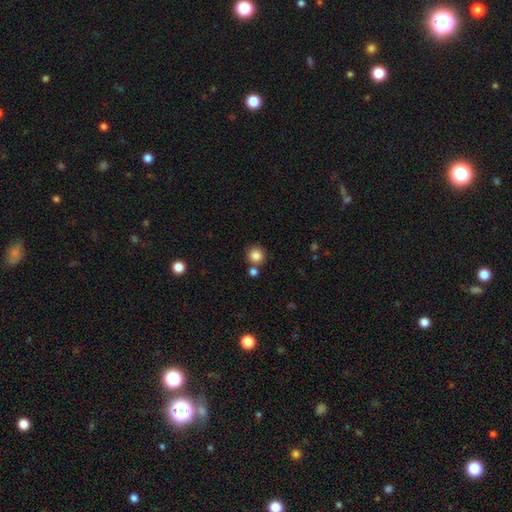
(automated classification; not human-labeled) smooth-or-featured: smooth: 85% | star or artifact: 10% | featured or disk: 5%
  how-rounded: round: 90% | in between: 9% | cigar-shaped: 1%
  merging: none: 75% | merger: 13% | minor disturbance: 9% | major disturbance: 3%